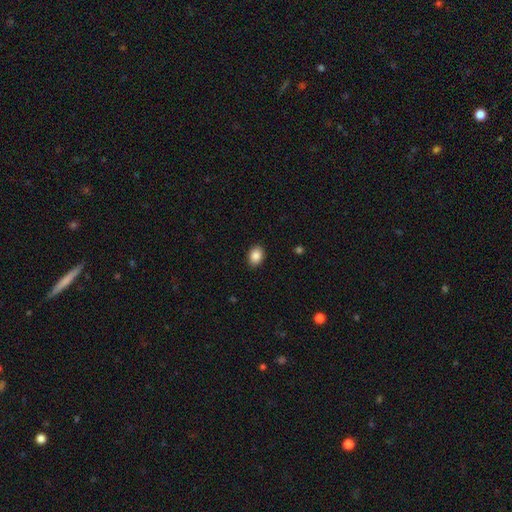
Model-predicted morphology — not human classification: Q: Smooth or featured?
A: smooth (87%); runner-up: star or artifact (8%)
Q: How rounded?
A: in between (65%); runner-up: round (34%)
Q: Merging?
A: none (90%); runner-up: minor disturbance (7%)